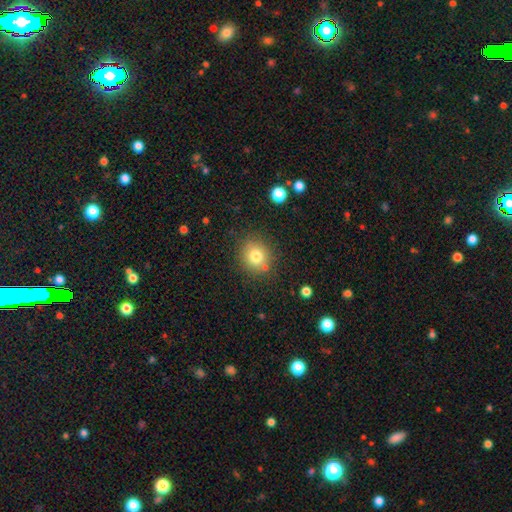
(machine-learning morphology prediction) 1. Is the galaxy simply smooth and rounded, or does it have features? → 77% smooth, 12% star or artifact, 11% featured or disk.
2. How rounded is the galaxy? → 82% round, 17% in between, 1% cigar-shaped.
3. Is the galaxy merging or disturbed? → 79% none, 11% minor disturbance, 6% merger, 4% major disturbance.